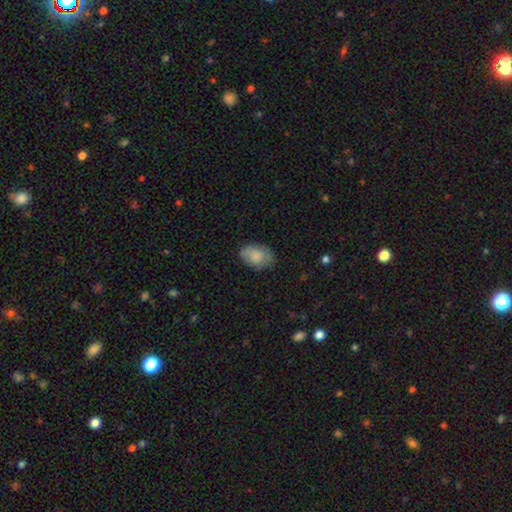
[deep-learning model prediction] Q: Smooth or featured?
A: smooth (80%); runner-up: featured or disk (13%)
Q: How rounded?
A: in between (84%); runner-up: round (15%)
Q: Merging?
A: none (72%); runner-up: minor disturbance (22%)